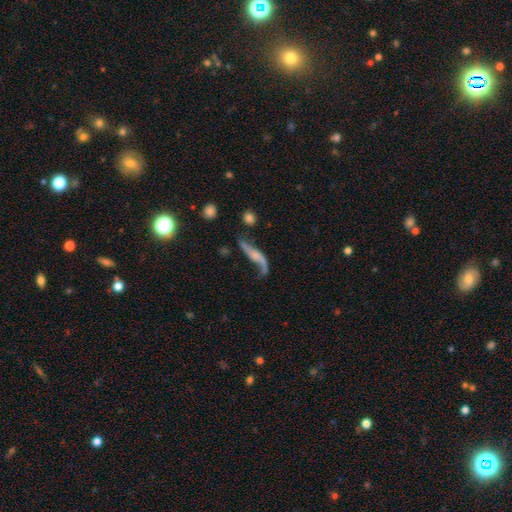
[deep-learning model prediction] Smooth or featured?
  - featured or disk: 69% *
  - smooth: 22%
  - star or artifact: 8%
Edge-on disk?
  - no: 72% *
  - yes: 28%
Merging?
  - none: 44% *
  - major disturbance: 24%
  - minor disturbance: 23%
  - merger: 9%